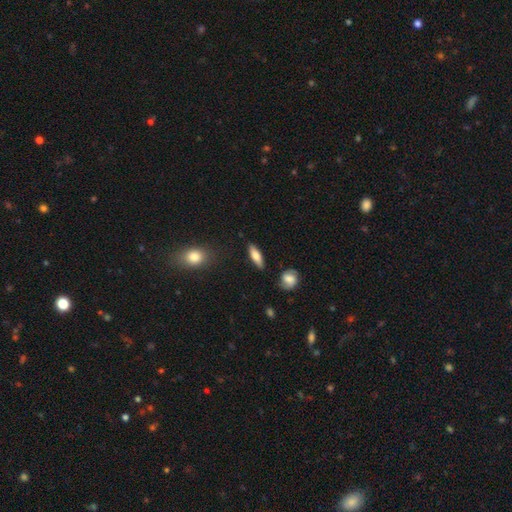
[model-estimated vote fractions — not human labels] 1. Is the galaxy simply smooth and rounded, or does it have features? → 65% smooth, 29% featured or disk, 6% star or artifact.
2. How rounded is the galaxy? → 49% cigar-shaped, 47% in between, 3% round.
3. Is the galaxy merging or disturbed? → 85% none, 10% minor disturbance, 2% major disturbance, 2% merger.